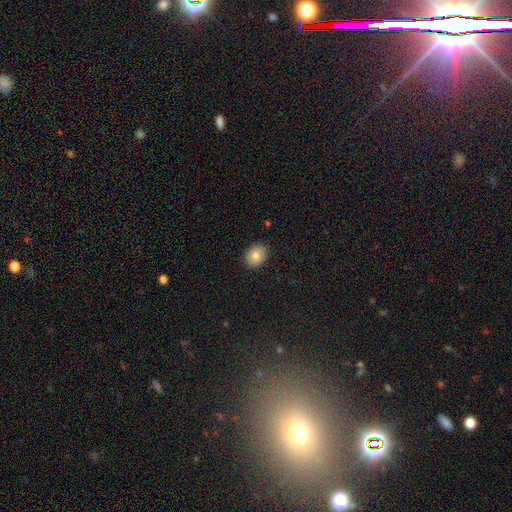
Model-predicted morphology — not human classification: smooth-or-featured: smooth: 82% | featured or disk: 9% | star or artifact: 9%
  how-rounded: in between: 59% | round: 40% | cigar-shaped: 1%
  merging: none: 89% | minor disturbance: 8% | major disturbance: 2% | merger: 1%